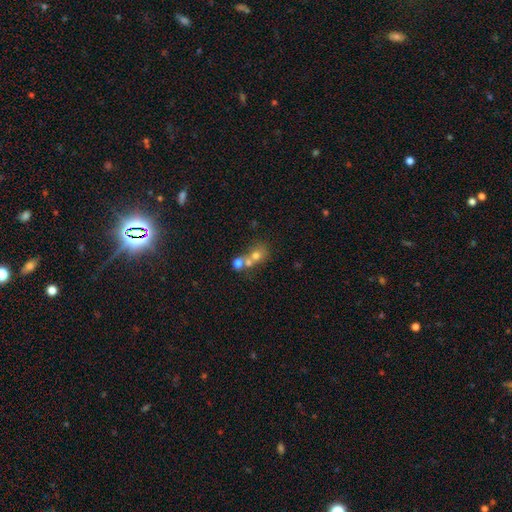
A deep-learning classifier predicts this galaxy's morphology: Smooth or featured?
  - smooth: 66% *
  - featured or disk: 20%
  - star or artifact: 14%
How rounded?
  - round: 75% *
  - in between: 24%
  - cigar-shaped: 1%
Merging?
  - merger: 57% *
  - none: 31%
  - minor disturbance: 7%
  - major disturbance: 4%